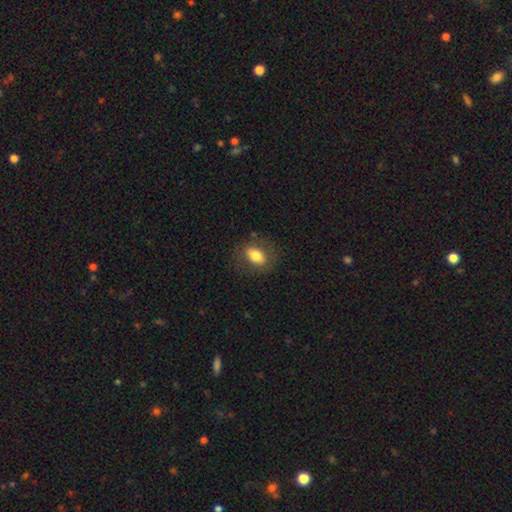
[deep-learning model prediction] This appears to be a smooth galaxy with no disk features (77%) that is in between round and cigar-shaped (79%). Merging: none (80%).